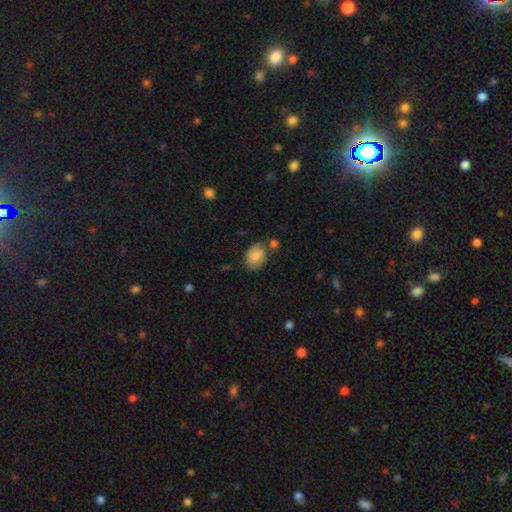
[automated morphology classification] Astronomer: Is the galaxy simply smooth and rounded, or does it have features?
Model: smooth — 80%.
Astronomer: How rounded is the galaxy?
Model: in between — 82%.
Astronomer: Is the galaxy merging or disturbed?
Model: none — 59%.